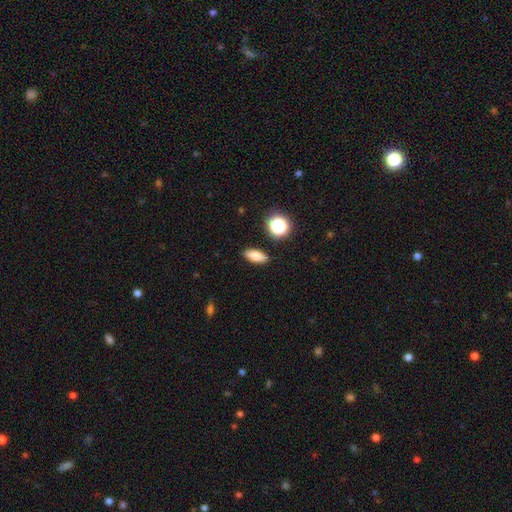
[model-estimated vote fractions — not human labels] Smooth or featured? Predicted: smooth (p=0.80). How rounded? Predicted: in between (p=0.76). Merging? Predicted: none (p=0.88).